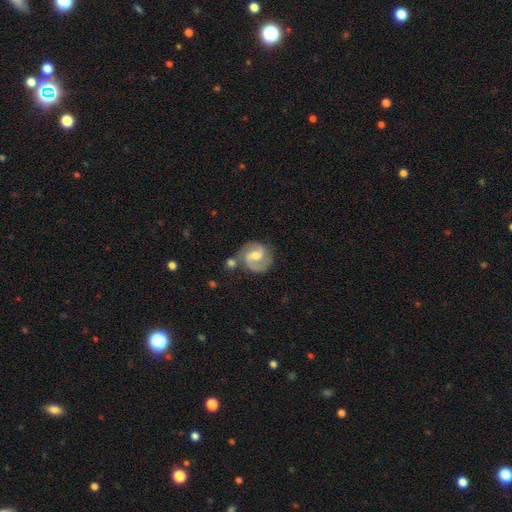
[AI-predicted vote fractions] A featured or disk galaxy (83%) with a weak bar (52%), 2 (91%) medium (56%) spiral arms (96%) and a moderate central bulge (64%). Merging: none (68%).